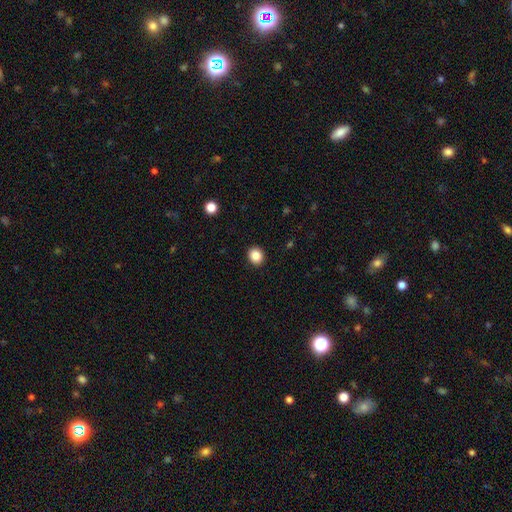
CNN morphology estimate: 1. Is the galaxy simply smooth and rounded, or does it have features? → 86% smooth, 10% star or artifact, 4% featured or disk.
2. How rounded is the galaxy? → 77% round, 22% in between, 1% cigar-shaped.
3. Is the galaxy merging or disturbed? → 92% none, 5% minor disturbance, 2% major disturbance, 1% merger.